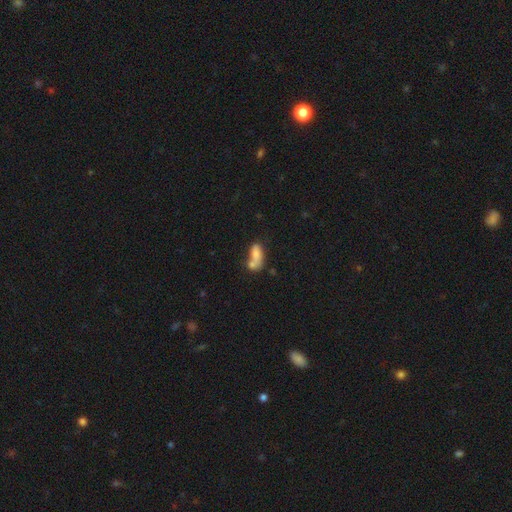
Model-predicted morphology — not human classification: smooth-or-featured: smooth: 73% | featured or disk: 17% | star or artifact: 10%
  how-rounded: in between: 81% | cigar-shaped: 13% | round: 6%
  merging: merger: 54% | none: 25% | minor disturbance: 12% | major disturbance: 9%